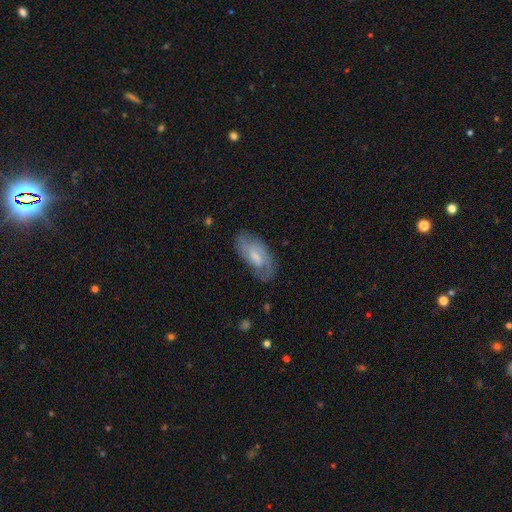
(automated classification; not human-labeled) Smooth or featured? Predicted: featured or disk (p=0.62). Edge-on disk? Predicted: no (p=0.93). Bar? Predicted: weak (p=0.48). Spiral arms? Predicted: yes (p=0.86). Bulge size? Predicted: small (p=0.47). Merging? Predicted: none (p=0.73).